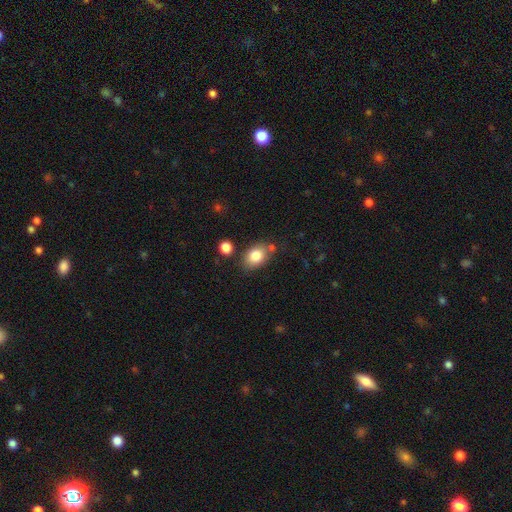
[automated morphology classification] Q: Smooth or featured?
A: smooth (82%); runner-up: featured or disk (9%)
Q: How rounded?
A: in between (76%); runner-up: round (23%)
Q: Merging?
A: none (71%); runner-up: minor disturbance (15%)